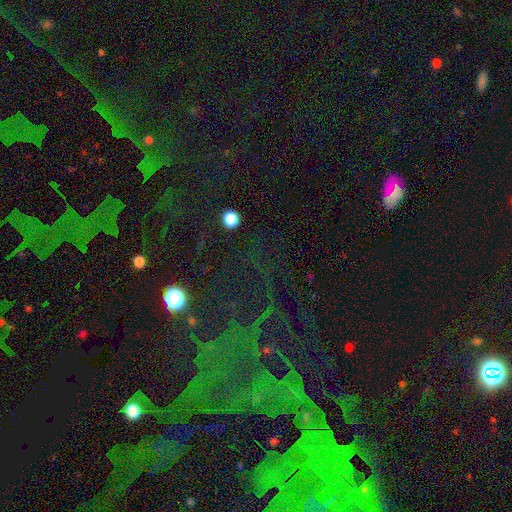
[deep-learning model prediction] Morphology: type=star or artifact (68%).